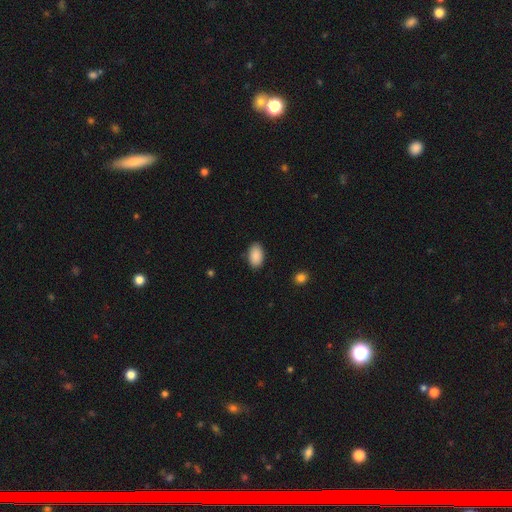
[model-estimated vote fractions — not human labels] Overall: smooth (90%). How rounded: in between (93%). Merging: none (88%).